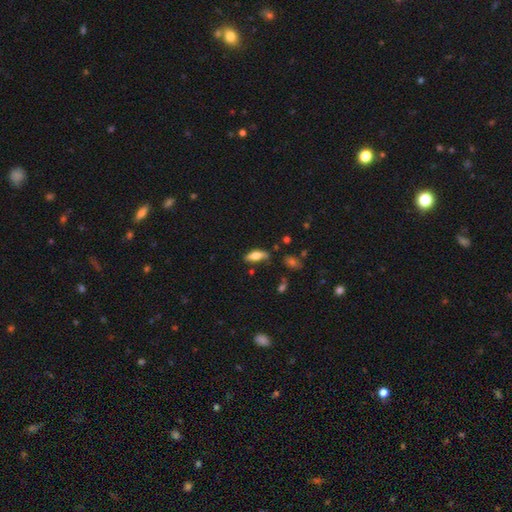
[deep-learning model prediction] Morphology: type=smooth (70%); roundness=in between (70%); merging=none (72%).